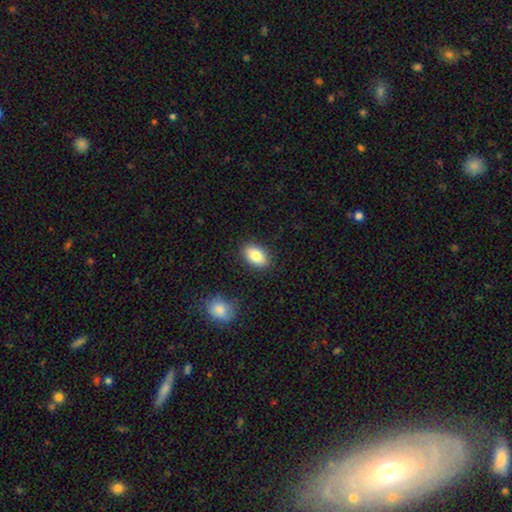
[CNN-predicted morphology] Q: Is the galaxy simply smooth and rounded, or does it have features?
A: smooth — 82%.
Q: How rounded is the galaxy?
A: in between — 90%.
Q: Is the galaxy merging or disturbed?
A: none — 87%.